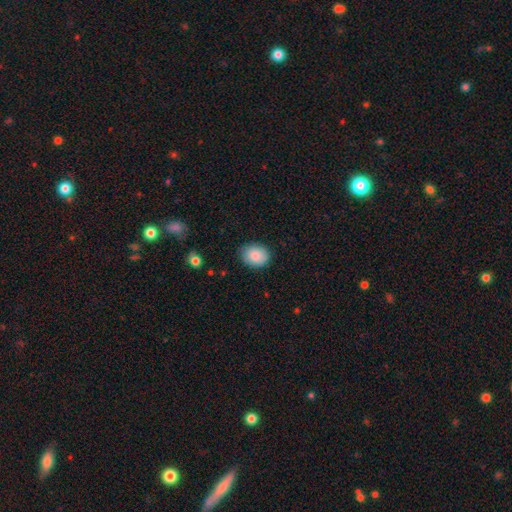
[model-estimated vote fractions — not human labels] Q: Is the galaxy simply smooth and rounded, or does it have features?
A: smooth — 87%.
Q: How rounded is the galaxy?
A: in between — 54%.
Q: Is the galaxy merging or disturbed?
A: none — 80%.